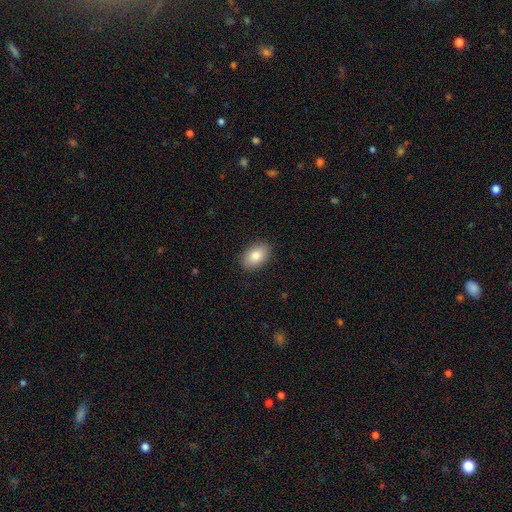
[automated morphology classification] smooth_or_featured: smooth (p=0.84) [alt: featured or disk p=0.09]
how_rounded: in between (p=0.90) [alt: round p=0.08]
merging: none (p=0.88) [alt: minor disturbance p=0.09]